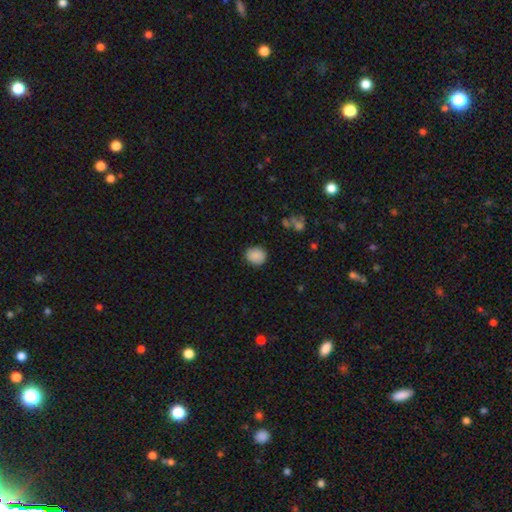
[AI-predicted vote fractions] Q: Smooth or featured?
A: smooth (87%); runner-up: star or artifact (8%)
Q: How rounded?
A: round (76%); runner-up: in between (23%)
Q: Merging?
A: none (86%); runner-up: minor disturbance (10%)